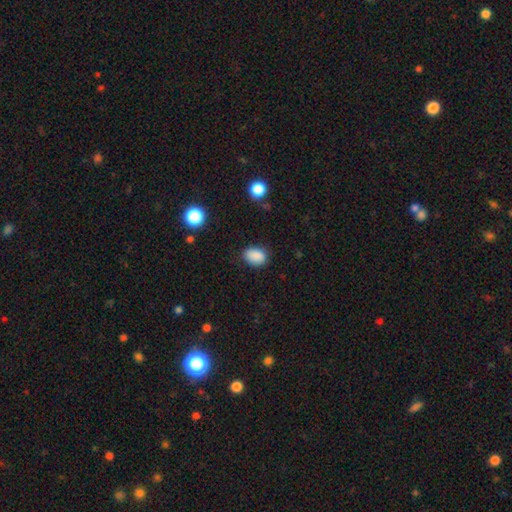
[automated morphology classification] Smooth or featured?
  - smooth: 88% *
  - star or artifact: 9%
  - featured or disk: 4%
How rounded?
  - in between: 75% *
  - round: 24%
  - cigar-shaped: 1%
Merging?
  - none: 79% *
  - minor disturbance: 16%
  - major disturbance: 3%
  - merger: 1%